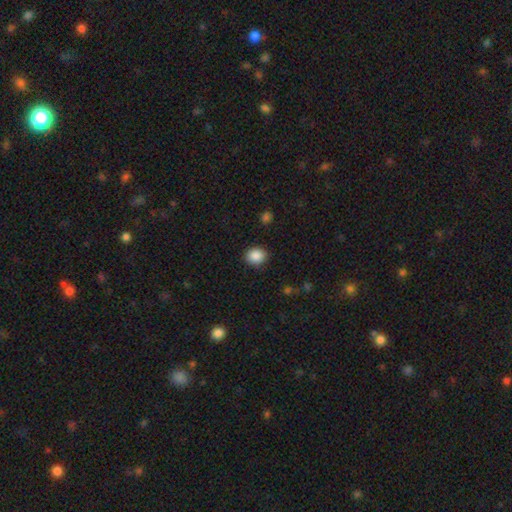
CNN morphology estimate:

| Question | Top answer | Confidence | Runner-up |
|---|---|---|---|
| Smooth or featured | smooth | 88% | star or artifact (9%) |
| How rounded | round | 61% | in between (38%) |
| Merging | none | 89% | minor disturbance (8%) |